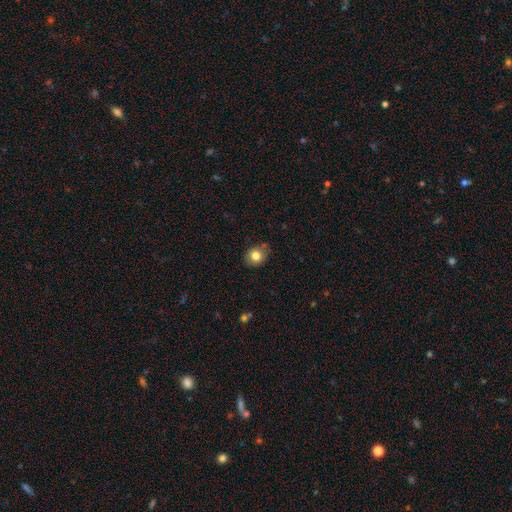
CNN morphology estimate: smooth_or_featured: smooth (p=0.81) [alt: star or artifact p=0.10]
how_rounded: round (p=0.65) [alt: in between p=0.35]
merging: none (p=0.80) [alt: minor disturbance p=0.15]